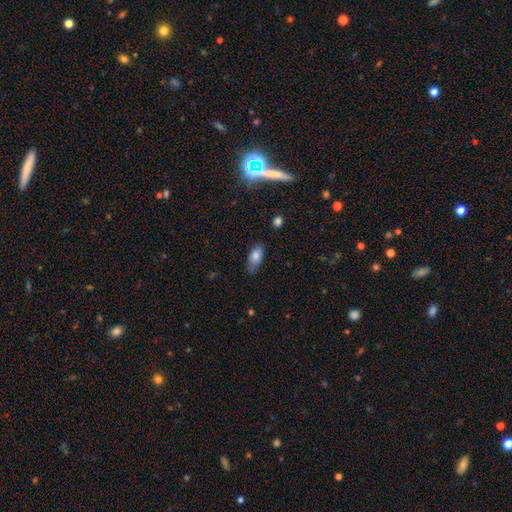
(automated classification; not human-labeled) smooth 78%, featured or disk 13%, star or artifact 9%. Down the decision tree: how rounded — in between (87%); merging — none (66%).